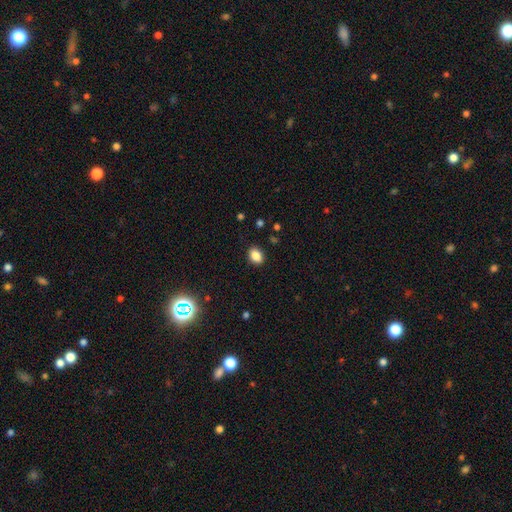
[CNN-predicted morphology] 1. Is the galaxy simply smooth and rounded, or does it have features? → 85% smooth, 10% star or artifact, 5% featured or disk.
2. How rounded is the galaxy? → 67% in between, 32% round, 1% cigar-shaped.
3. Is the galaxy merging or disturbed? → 88% none, 9% minor disturbance, 2% major disturbance, 1% merger.